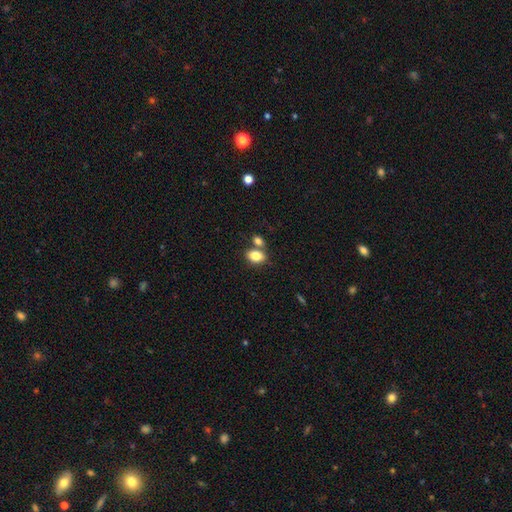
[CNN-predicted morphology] smooth_or_featured: smooth (p=0.83) [alt: star or artifact p=0.08]
how_rounded: in between (p=0.78) [alt: round p=0.21]
merging: none (p=0.54) [alt: merger p=0.31]